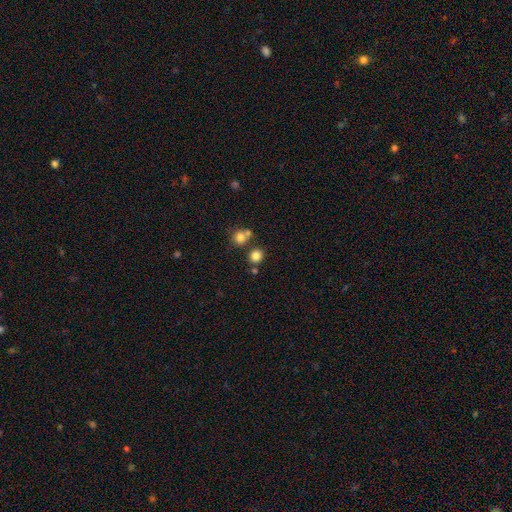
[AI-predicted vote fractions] A smooth galaxy with no disk features (81%) that is round (81%).

Vote fractions:
- Smooth or featured? smooth: 81% / star or artifact: 13% / featured or disk: 6%
- How rounded? round: 81% / in between: 18% / cigar-shaped: 1%
- Merging? none: 70% / merger: 18% / minor disturbance: 8% / major disturbance: 3%